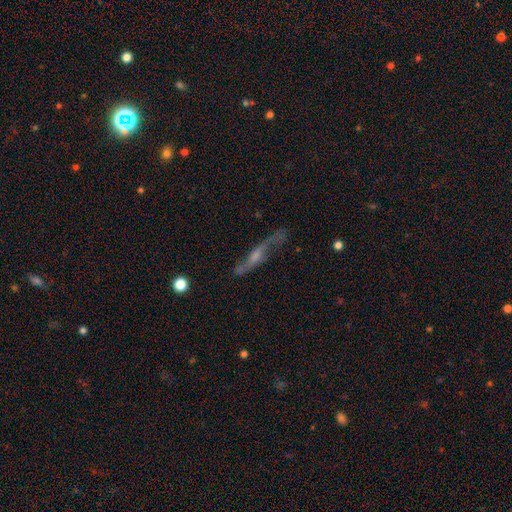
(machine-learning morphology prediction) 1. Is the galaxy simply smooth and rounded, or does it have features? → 76% featured or disk, 16% smooth, 8% star or artifact.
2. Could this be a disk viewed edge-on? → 57% no, 43% yes.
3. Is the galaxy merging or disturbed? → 62% none, 20% minor disturbance, 14% major disturbance, 4% merger.